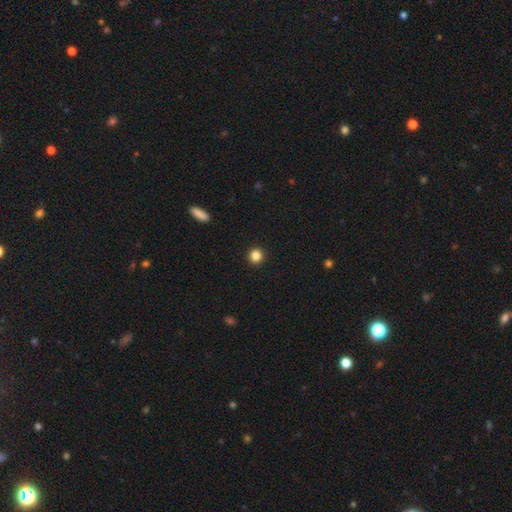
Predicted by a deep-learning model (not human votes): smooth-or-featured: smooth: 85% | star or artifact: 11% | featured or disk: 4%
  how-rounded: round: 93% | in between: 6% | cigar-shaped: 1%
  merging: none: 93% | minor disturbance: 4% | major disturbance: 2% | merger: 1%